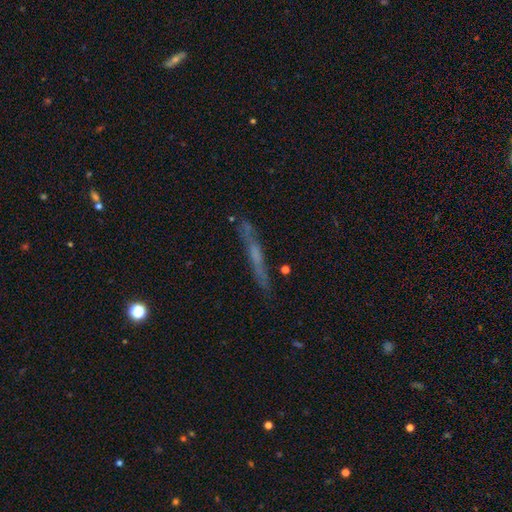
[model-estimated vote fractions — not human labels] A featured or disk galaxy (56%) viewed edge-on (87%). Merging: none (80%).